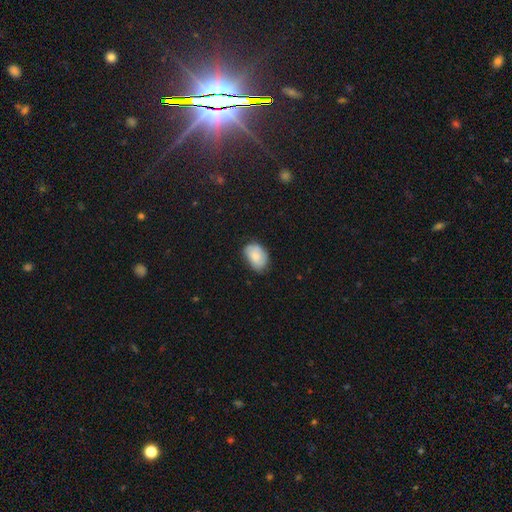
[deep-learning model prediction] smooth_or_featured: smooth (p=0.77) [alt: featured or disk p=0.15]
how_rounded: in between (p=0.84) [alt: round p=0.15]
merging: none (p=0.65) [alt: minor disturbance p=0.28]